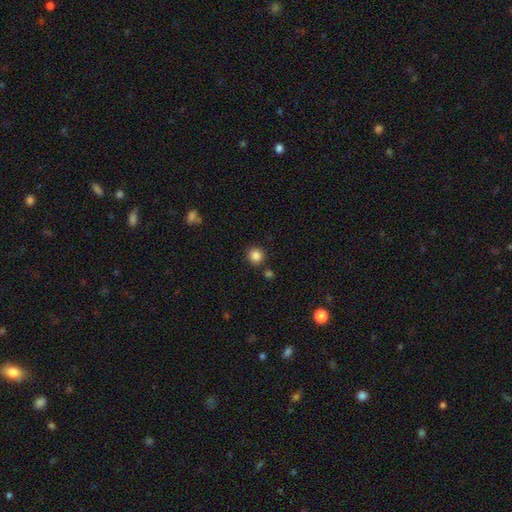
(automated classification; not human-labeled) Overall: smooth (86%). How rounded: round (92%). Merging: none (86%).